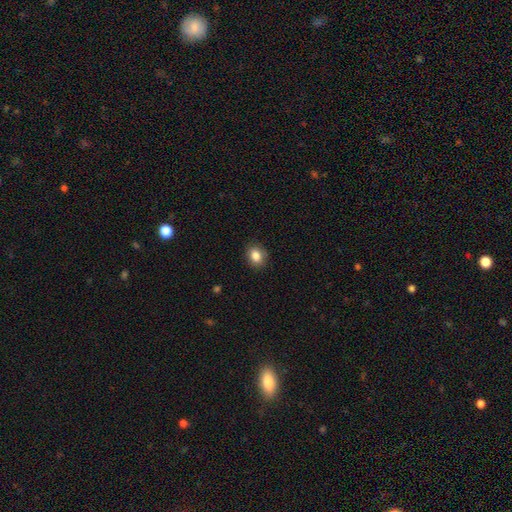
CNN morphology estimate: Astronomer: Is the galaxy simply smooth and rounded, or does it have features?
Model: smooth — 85%.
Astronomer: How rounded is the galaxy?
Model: round — 52% (runner-up: in between, 47%).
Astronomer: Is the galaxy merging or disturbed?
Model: none — 88%.